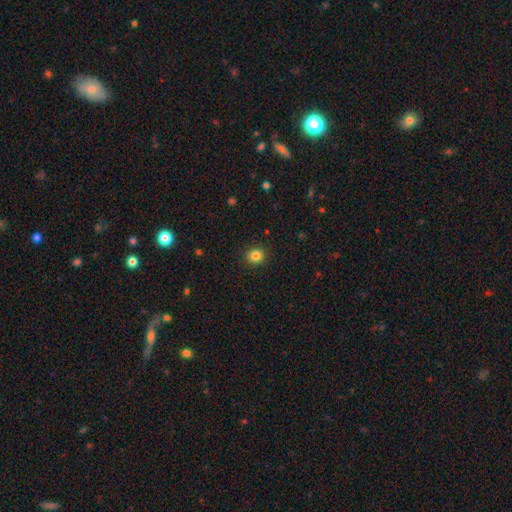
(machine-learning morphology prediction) Smooth or featured? Predicted: smooth (p=0.84). How rounded? Predicted: round (p=0.86). Merging? Predicted: none (p=0.91).